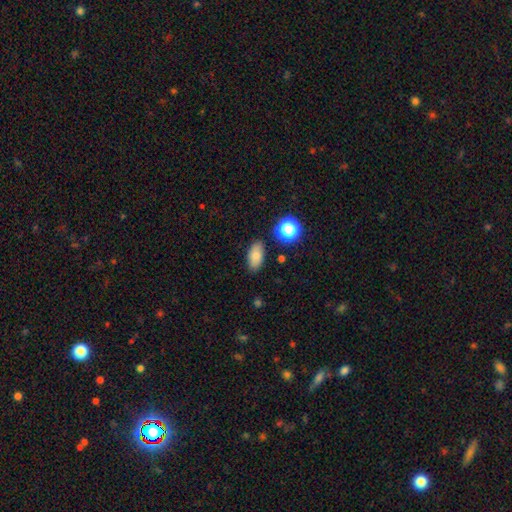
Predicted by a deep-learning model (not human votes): Smooth or featured?
  - smooth: 79% *
  - star or artifact: 11%
  - featured or disk: 10%
How rounded?
  - in between: 89% *
  - round: 7%
  - cigar-shaped: 4%
Merging?
  - none: 84% *
  - minor disturbance: 11%
  - major disturbance: 3%
  - merger: 3%